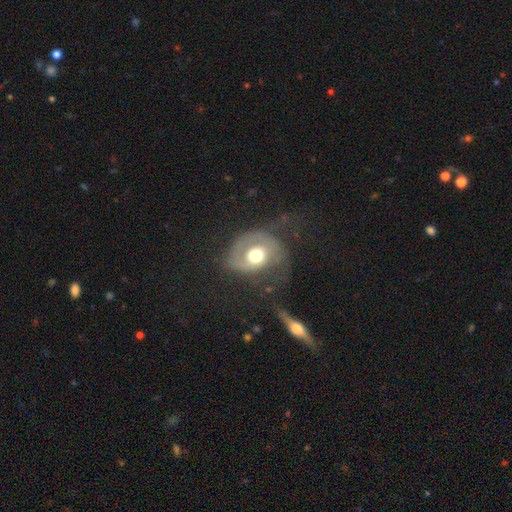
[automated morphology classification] A featured or disk galaxy (61%) with no bar (80%), spiral arms (66%) and a moderate central bulge (56%).

Vote fractions:
- Smooth or featured? featured or disk: 61% / smooth: 31% / star or artifact: 8%
- Edge-on disk? no: 96% / yes: 4%
- Bar? no: 80% / weak: 16% / strong: 4%
- Spiral arms? yes: 66% / no: 34%
- Bulge size? moderate: 56% / large: 35% / dominant: 4% / small: 4% / none: 1%
- Merging? none: 41% / major disturbance: 34% / minor disturbance: 23% / merger: 2%